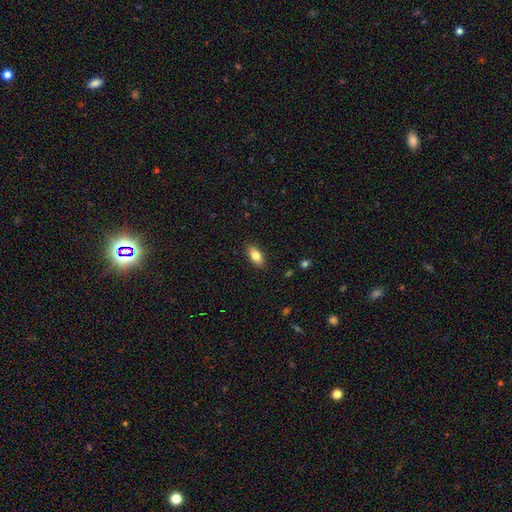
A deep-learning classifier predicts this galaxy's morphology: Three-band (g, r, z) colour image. It shows a smooth galaxy with no disk features (81%) that is in between round and cigar-shaped (89%). Merging: none (88%).